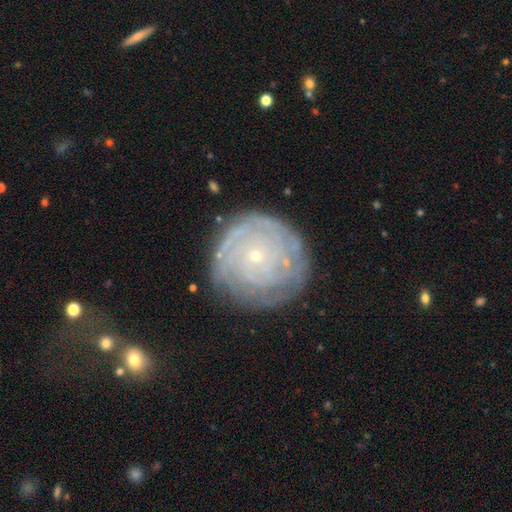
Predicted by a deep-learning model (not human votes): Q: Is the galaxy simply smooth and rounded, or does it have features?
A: featured or disk — 76%.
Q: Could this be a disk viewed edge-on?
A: no — 97%.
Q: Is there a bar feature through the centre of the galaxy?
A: no — 85%.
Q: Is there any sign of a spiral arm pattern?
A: yes — 88%.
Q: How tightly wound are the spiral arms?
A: tight — 84%.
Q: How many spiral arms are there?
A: can't tell — 47%.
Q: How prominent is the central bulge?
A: small — 88%.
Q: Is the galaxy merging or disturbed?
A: none — 79%.